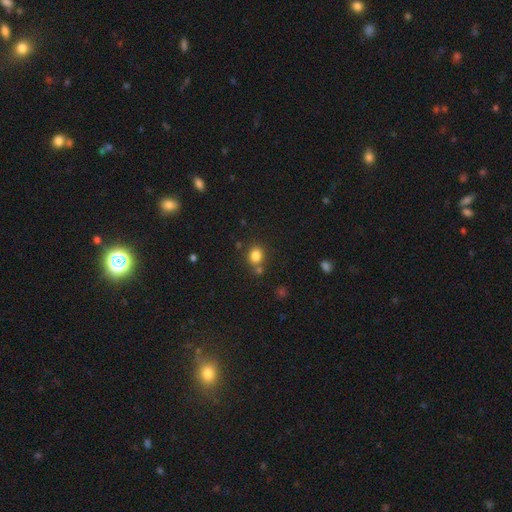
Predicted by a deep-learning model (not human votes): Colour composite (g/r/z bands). It shows a smooth galaxy with no disk features (81%) that is round (67%). Merging: none (69%).